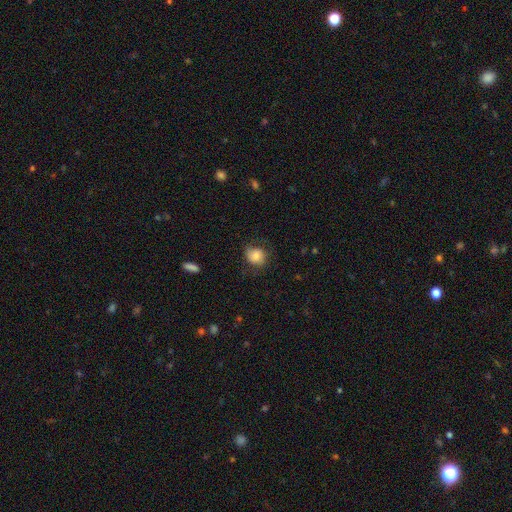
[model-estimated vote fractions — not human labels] Overall: smooth (74%). How rounded: round (68%; in between 31%). Merging: none (69%).